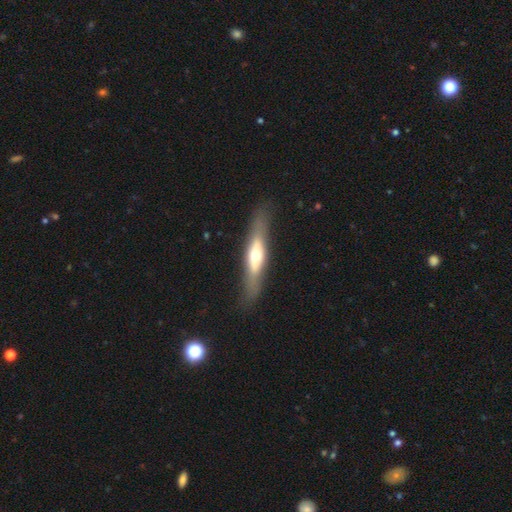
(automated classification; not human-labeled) Q: Smooth or featured?
A: featured or disk (55%); runner-up: smooth (40%)
Q: Edge-on disk?
A: yes (74%); runner-up: no (26%)
Q: Merging?
A: none (80%); runner-up: minor disturbance (13%)